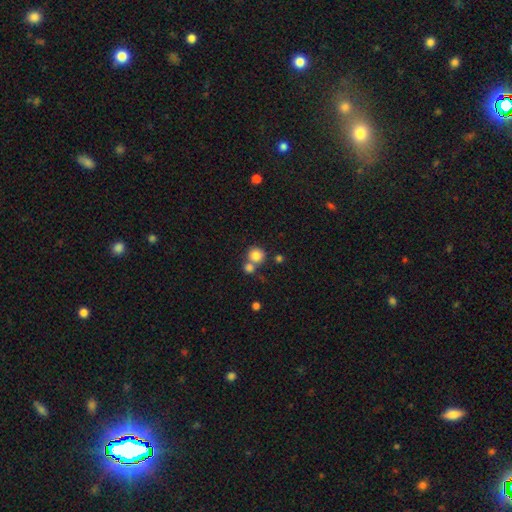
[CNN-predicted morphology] type=smooth (81%); roundness=round (90%); merging=none (56%).